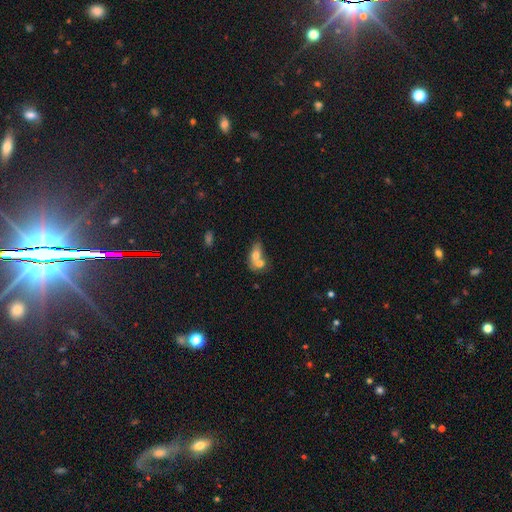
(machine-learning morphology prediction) A smooth galaxy with no disk features (67%) that is in between round and cigar-shaped (70%).

Vote fractions:
- Smooth or featured? smooth: 67% / featured or disk: 24% / star or artifact: 8%
- How rounded? in between: 70% / round: 25% / cigar-shaped: 5%
- Merging? merger: 71% / none: 18% / minor disturbance: 7% / major disturbance: 4%